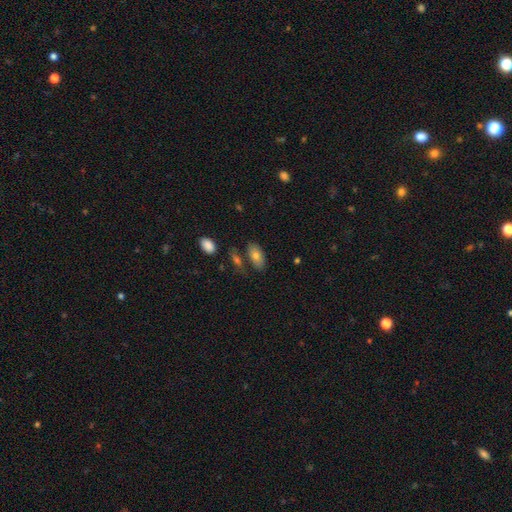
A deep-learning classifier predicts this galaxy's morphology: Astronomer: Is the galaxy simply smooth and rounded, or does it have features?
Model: smooth — 75%.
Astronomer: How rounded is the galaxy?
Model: in between — 91%.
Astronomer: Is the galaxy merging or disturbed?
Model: none — 69%.